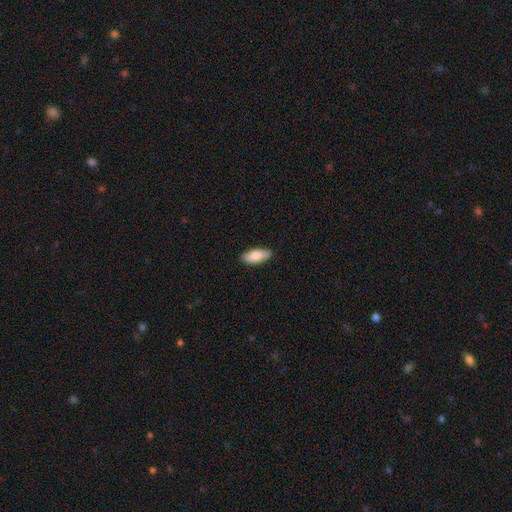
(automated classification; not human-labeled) This appears to be a smooth galaxy with no disk features (86%) that is in between round and cigar-shaped (82%). Merging: none (85%).